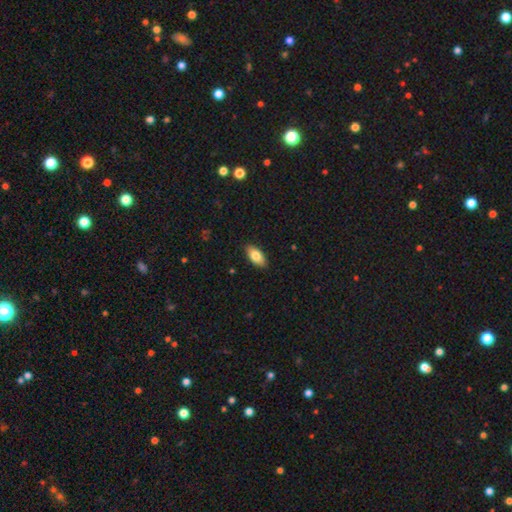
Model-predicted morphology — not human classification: Smooth or featured: smooth — 80% (featured or disk — 14%)
How rounded: in between — 91% (cigar-shaped — 6%)
Merging: none — 89% (minor disturbance — 9%)